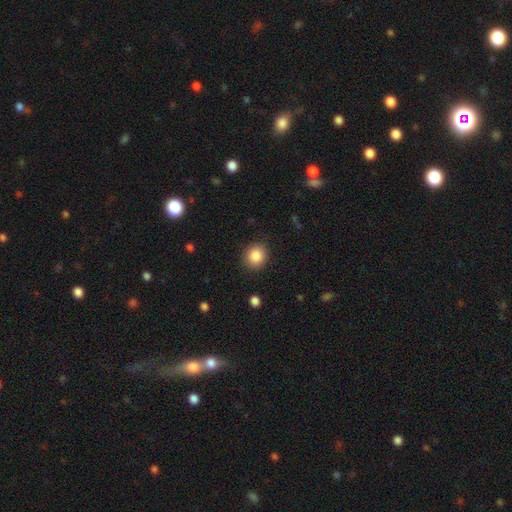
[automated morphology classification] The model was most divided on "how rounded": round: 81%, in between: 18%, cigar-shaped: 1%. More confident: merging — none (88%); smooth or featured — smooth (87%).